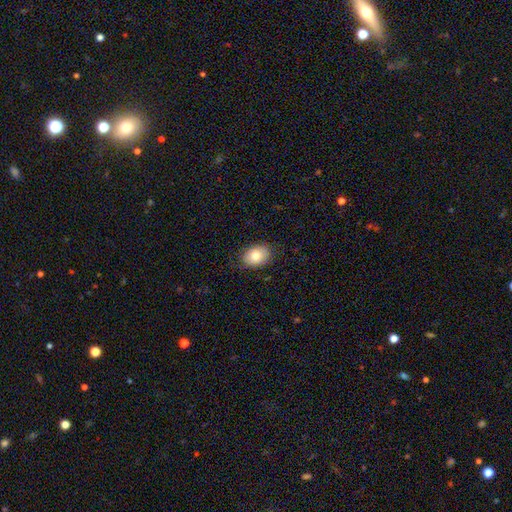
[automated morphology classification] A smooth galaxy with no disk features (83%) that is in between round and cigar-shaped (75%).

Vote fractions:
- Smooth or featured? smooth: 83% / featured or disk: 10% / star or artifact: 8%
- How rounded? in between: 75% / round: 24% / cigar-shaped: 1%
- Merging? none: 84% / minor disturbance: 12% / major disturbance: 3% / merger: 1%